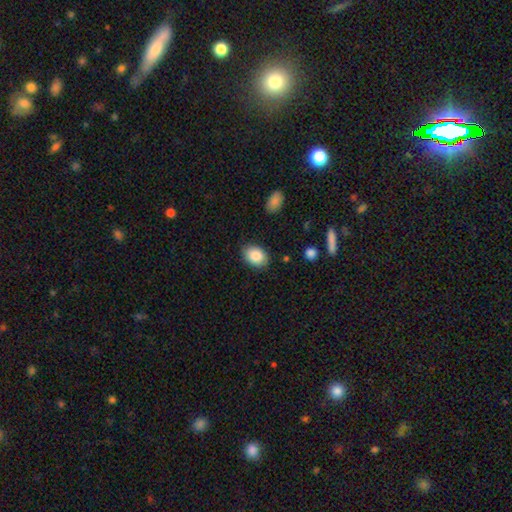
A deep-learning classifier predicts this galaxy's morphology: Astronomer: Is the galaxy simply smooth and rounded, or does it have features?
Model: smooth — 87%.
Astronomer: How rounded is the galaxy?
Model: in between — 75%.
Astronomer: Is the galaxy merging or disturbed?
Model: none — 84%.